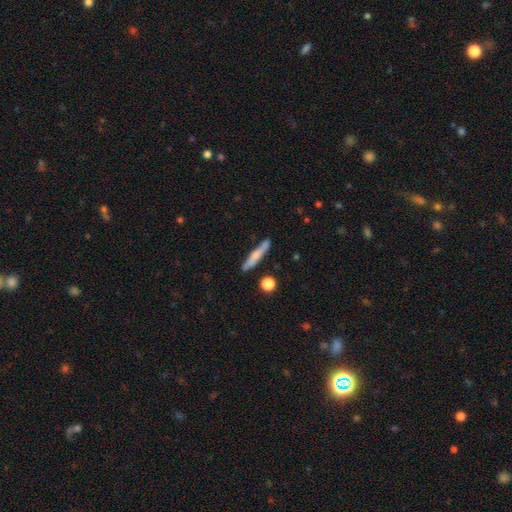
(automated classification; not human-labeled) Smooth or featured: smooth — 61% (featured or disk — 33%)
How rounded: cigar-shaped — 92% (in between — 6%)
Merging: none — 83% (minor disturbance — 11%)